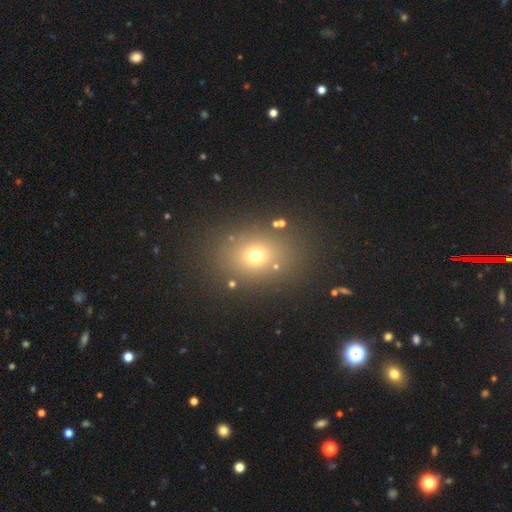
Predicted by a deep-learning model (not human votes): smooth 65%, star or artifact 23%, featured or disk 12%. Down the decision tree: how rounded — round (53%); merging — none (83%).